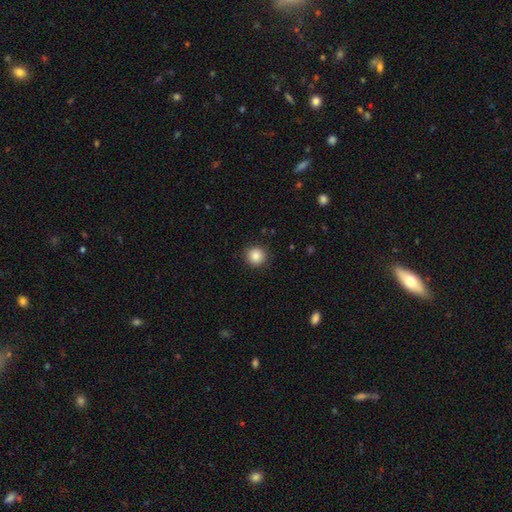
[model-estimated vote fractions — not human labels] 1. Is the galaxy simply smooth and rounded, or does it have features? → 86% smooth, 10% star or artifact, 5% featured or disk.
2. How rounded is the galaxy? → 93% round, 6% in between, 1% cigar-shaped.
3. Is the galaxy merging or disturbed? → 89% none, 7% minor disturbance, 2% major disturbance, 1% merger.